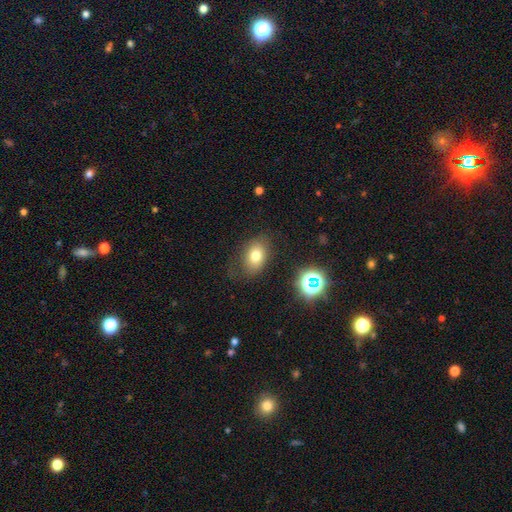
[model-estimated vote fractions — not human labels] The model was most divided on "merging": none: 72%, minor disturbance: 18%, major disturbance: 8%, merger: 2%. More confident: how rounded — in between (77%); smooth or featured — smooth (72%).